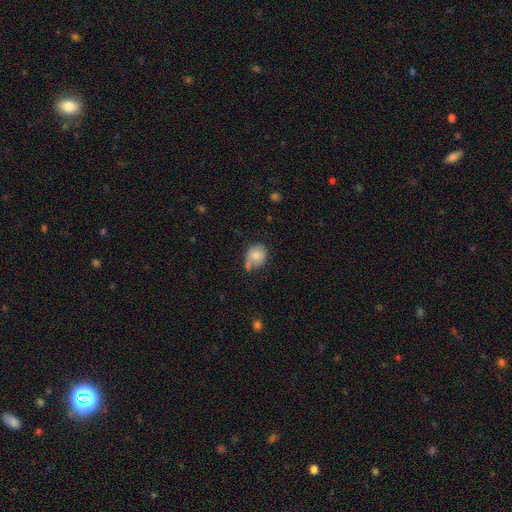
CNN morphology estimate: The model was most divided on "how rounded": round: 56%, in between: 43%, cigar-shaped: 1%. Remaining: smooth or featured — smooth (79%); merging — none (48%).